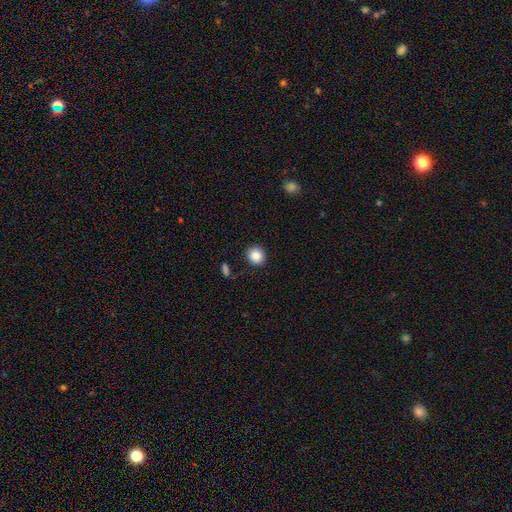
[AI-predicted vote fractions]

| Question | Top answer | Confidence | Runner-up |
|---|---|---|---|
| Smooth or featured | smooth | 87% | star or artifact (9%) |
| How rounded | round | 89% | in between (10%) |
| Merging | none | 90% | minor disturbance (6%) |